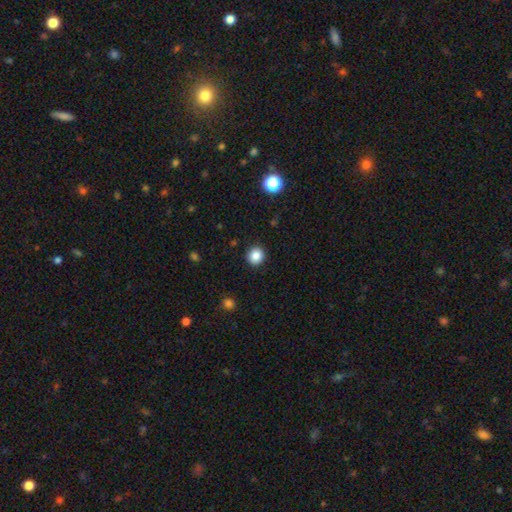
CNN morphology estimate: type=smooth (86%); roundness=round (91%); merging=none (92%).